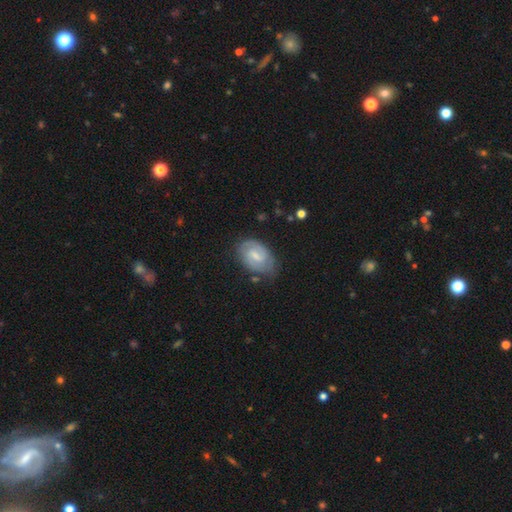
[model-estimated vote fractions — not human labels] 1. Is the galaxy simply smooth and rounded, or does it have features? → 58% featured or disk, 35% smooth, 6% star or artifact.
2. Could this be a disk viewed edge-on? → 96% no, 4% yes.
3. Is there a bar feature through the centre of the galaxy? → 63% weak, 20% no, 17% strong.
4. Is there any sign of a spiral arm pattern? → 84% yes, 16% no.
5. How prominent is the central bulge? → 47% small, 37% moderate, 12% none, 3% large, 1% dominant.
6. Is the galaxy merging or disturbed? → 66% none, 25% minor disturbance, 7% major disturbance, 2% merger.